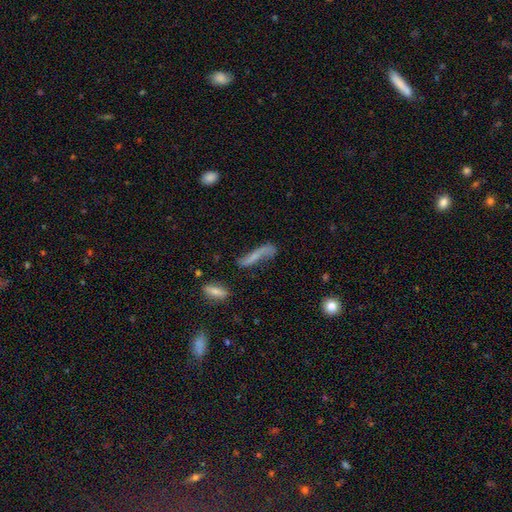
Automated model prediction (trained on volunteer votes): Smooth or featured? featured or disk (45%)
Merging? none (48%)